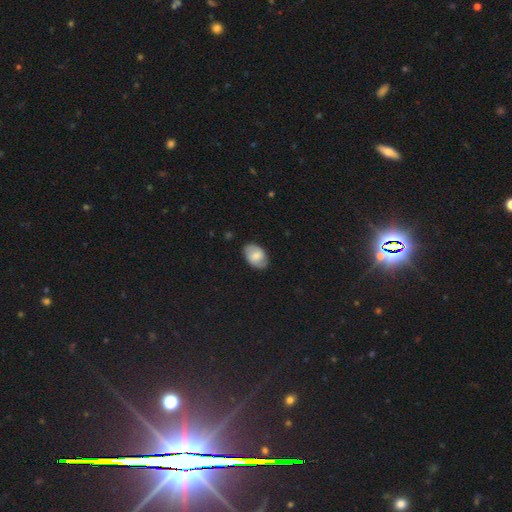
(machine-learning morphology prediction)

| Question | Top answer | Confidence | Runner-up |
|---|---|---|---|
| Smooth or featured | smooth | 56% | featured or disk (36%) |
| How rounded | in between | 88% | round (11%) |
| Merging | none | 81% | minor disturbance (14%) |